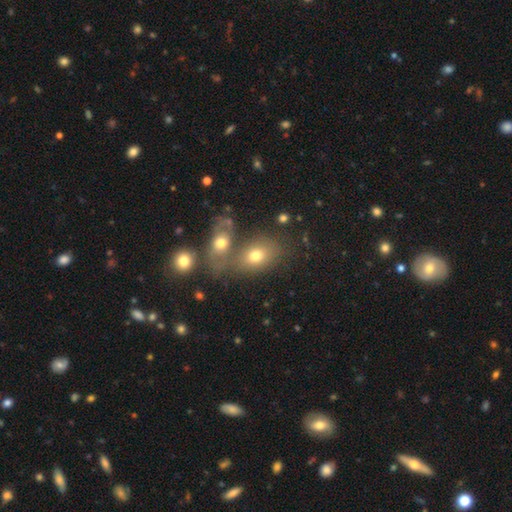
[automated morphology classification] This appears to be a smooth galaxy with no disk features (69%) that is in between round and cigar-shaped (72%). Merging: merger (43%).